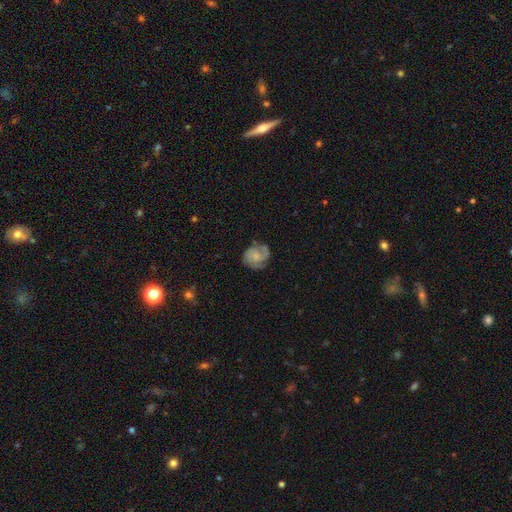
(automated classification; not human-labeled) Q: Smooth or featured?
A: featured or disk (65%); runner-up: smooth (28%)
Q: Edge-on disk?
A: no (98%); runner-up: yes (2%)
Q: Bar?
A: no (72%); runner-up: weak (25%)
Q: Spiral arms?
A: yes (90%); runner-up: no (10%)
Q: Spiral winding?
A: tight (46%); runner-up: medium (41%)
Q: Spiral arm count?
A: 2 (45%); runner-up: 3 (23%)
Q: Bulge size?
A: small (45%); runner-up: moderate (31%)
Q: Merging?
A: none (68%); runner-up: minor disturbance (21%)